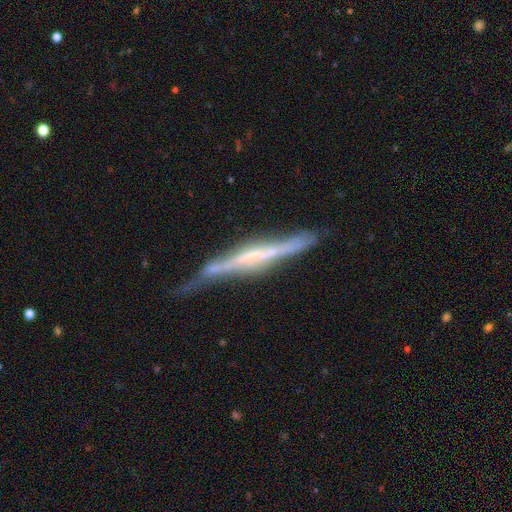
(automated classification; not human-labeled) Smooth or featured? featured or disk (76%)
Edge-on disk? yes (93%)
Edge-on bulge? none (50%)
Merging? none (61%)